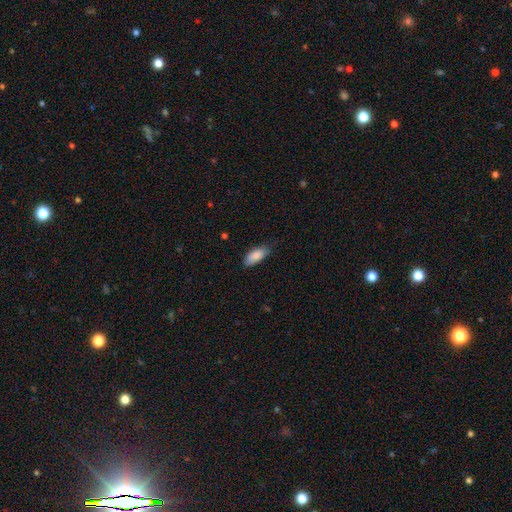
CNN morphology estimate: Q: Smooth or featured?
A: smooth (88%); runner-up: star or artifact (6%)
Q: How rounded?
A: in between (86%); runner-up: cigar-shaped (12%)
Q: Merging?
A: none (74%); runner-up: minor disturbance (21%)